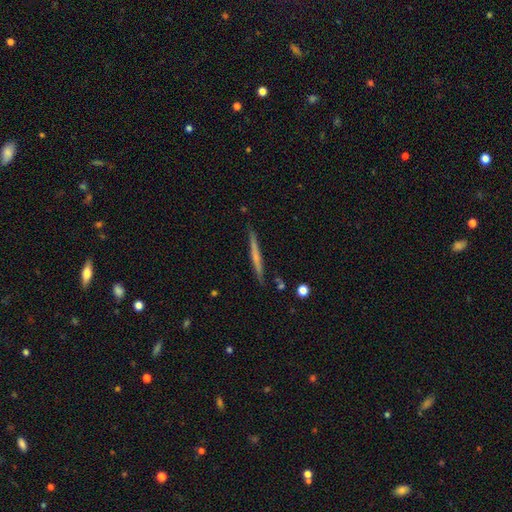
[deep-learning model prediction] Smooth or featured? Predicted: featured or disk (p=0.52). Edge-on disk? Predicted: yes (p=0.97). Edge-on bulge? Predicted: none (p=0.76). Merging? Predicted: none (p=0.88).